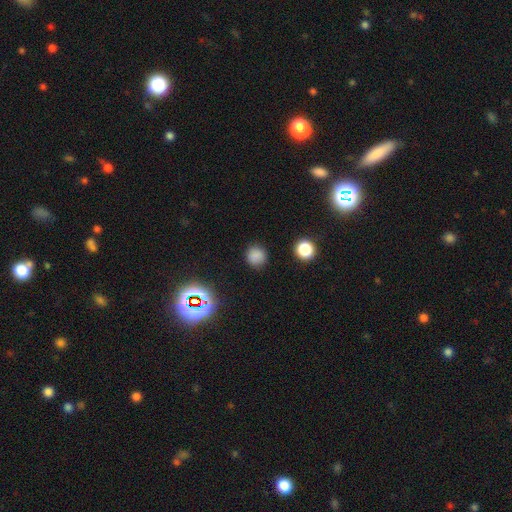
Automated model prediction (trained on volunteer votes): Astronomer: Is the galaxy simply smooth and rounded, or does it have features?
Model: smooth — 80%.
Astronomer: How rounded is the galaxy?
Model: round — 89%.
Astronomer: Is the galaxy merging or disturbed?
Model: none — 86%.